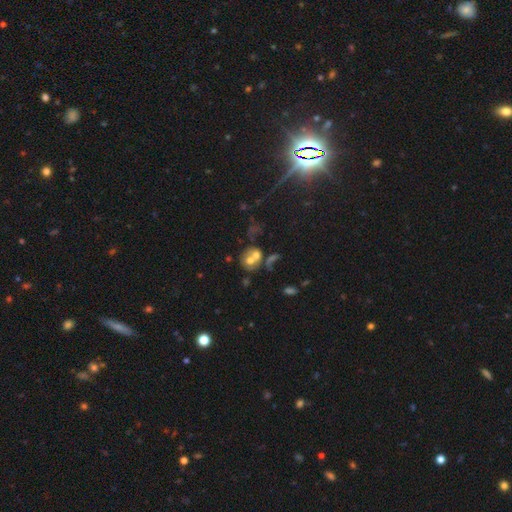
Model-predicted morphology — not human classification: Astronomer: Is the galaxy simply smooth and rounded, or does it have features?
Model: smooth — 53% (runner-up: featured or disk, 33%).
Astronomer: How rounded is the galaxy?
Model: round — 62% (runner-up: in between, 37%).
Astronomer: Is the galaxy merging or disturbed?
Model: merger — 59%.